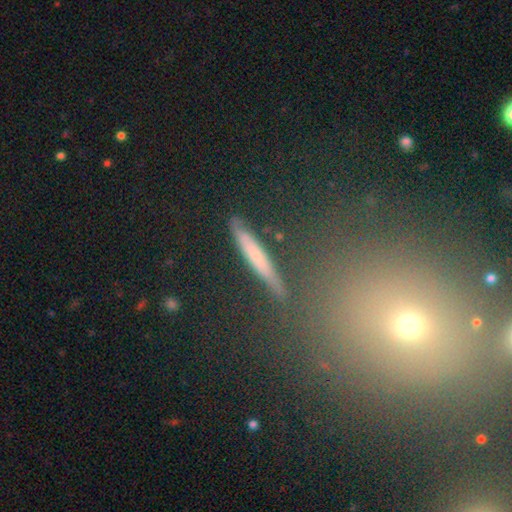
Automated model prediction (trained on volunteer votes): This is marginally a smooth galaxy (44%). Merging: clearly none (87%).